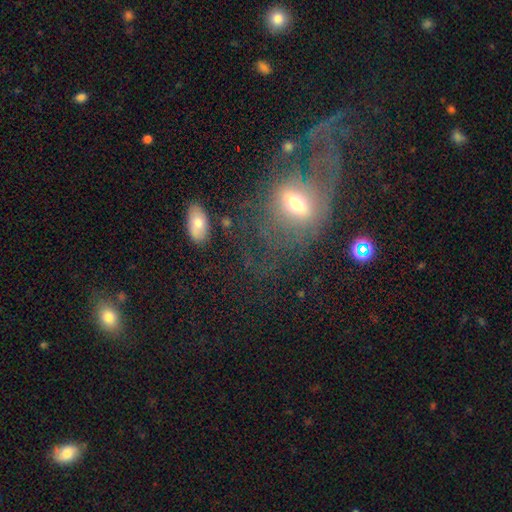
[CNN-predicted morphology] This is possibly a featured or disk galaxy (49%). Merging: marginally major disturbance (40%).